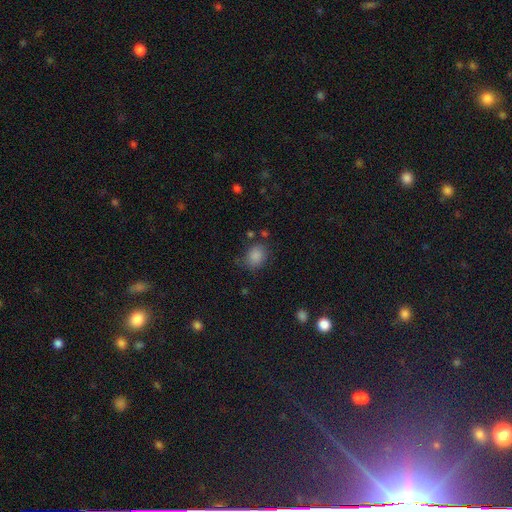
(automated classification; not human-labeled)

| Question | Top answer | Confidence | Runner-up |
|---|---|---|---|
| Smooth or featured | smooth | 85% | star or artifact (10%) |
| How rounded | in between | 51% | round (48%) |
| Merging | none | 71% | minor disturbance (20%) |